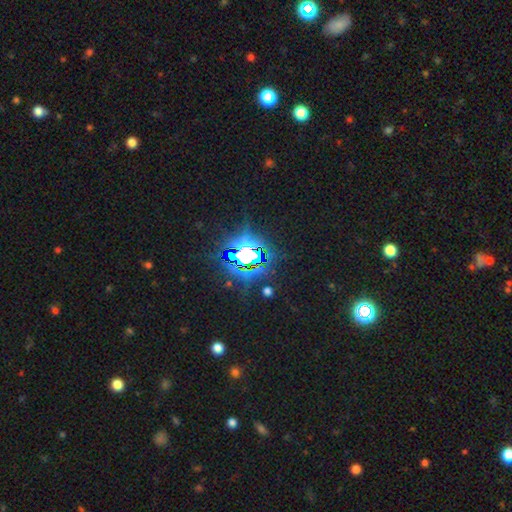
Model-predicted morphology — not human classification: smooth_or_featured: star or artifact (p=0.80) [alt: smooth p=0.12]